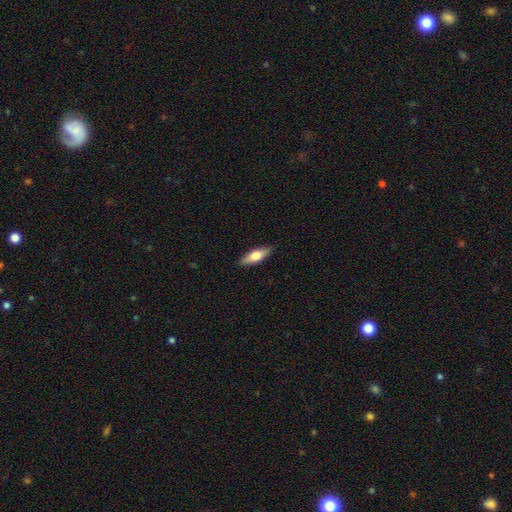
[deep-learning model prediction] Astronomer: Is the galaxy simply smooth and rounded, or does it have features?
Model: smooth — 60%.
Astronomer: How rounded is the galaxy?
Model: in between — 55% (runner-up: cigar-shaped, 42%).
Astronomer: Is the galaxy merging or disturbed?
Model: none — 88%.